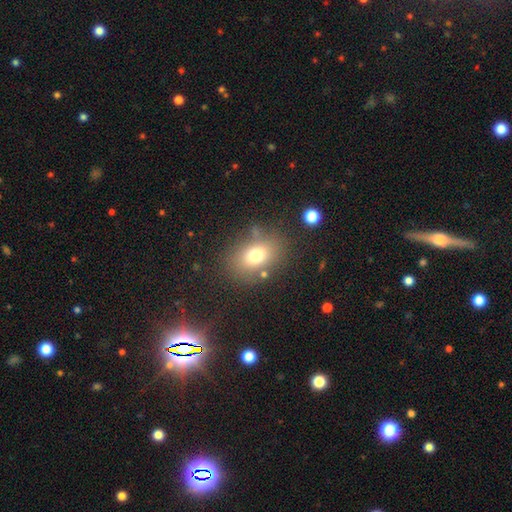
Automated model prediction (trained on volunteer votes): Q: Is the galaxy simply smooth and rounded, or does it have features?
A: smooth — 74%.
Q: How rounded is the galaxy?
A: in between — 69%.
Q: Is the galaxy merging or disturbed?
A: none — 75%.